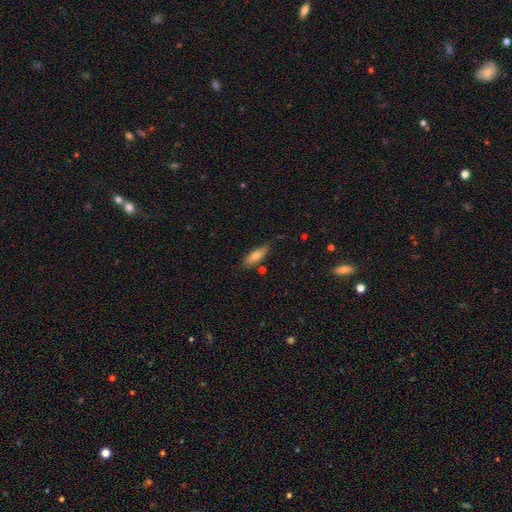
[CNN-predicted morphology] This is likely a smooth galaxy (73%). How rounded: possibly in between (60%). Merging: likely none (69%).